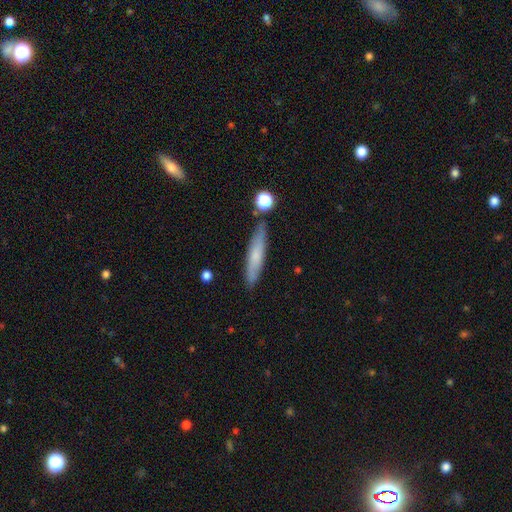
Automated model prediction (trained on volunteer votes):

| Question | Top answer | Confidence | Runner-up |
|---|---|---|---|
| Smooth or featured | smooth | 63% | featured or disk (30%) |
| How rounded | cigar-shaped | 86% | in between (13%) |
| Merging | none | 79% | minor disturbance (13%) |